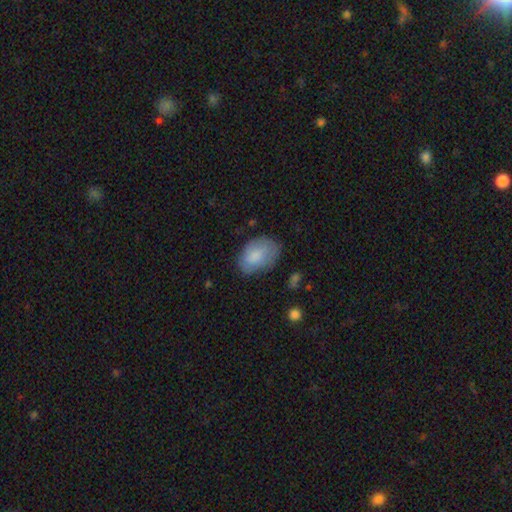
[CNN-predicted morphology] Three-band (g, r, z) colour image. It shows a smooth galaxy with no disk features (80%) that is in between round and cigar-shaped (87%). Merging: none (65%).